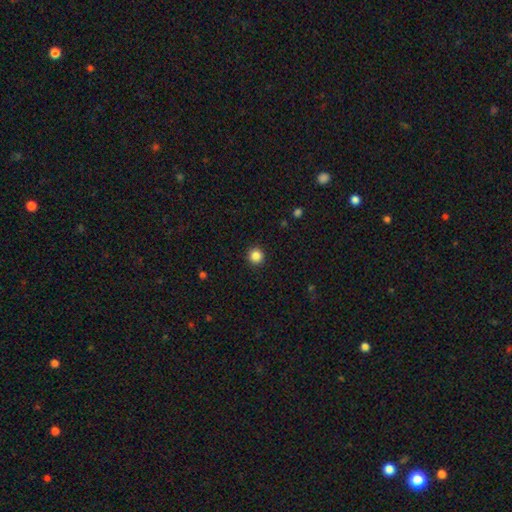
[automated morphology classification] Smooth or featured? Predicted: smooth (p=0.86). How rounded? Predicted: round (p=0.95). Merging? Predicted: none (p=0.92).